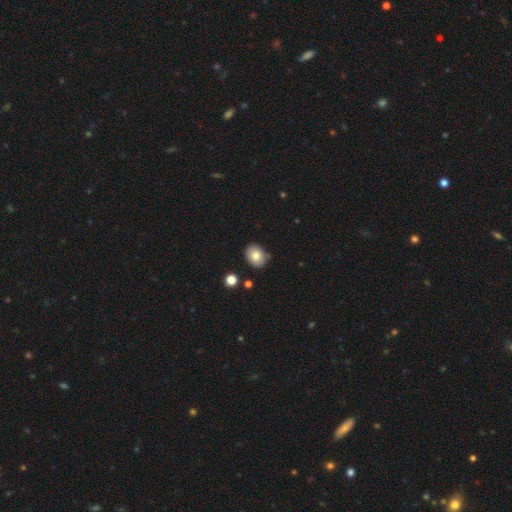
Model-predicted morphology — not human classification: This appears to be a smooth galaxy with no disk features (79%) that is round (53%). Merging: none (76%).